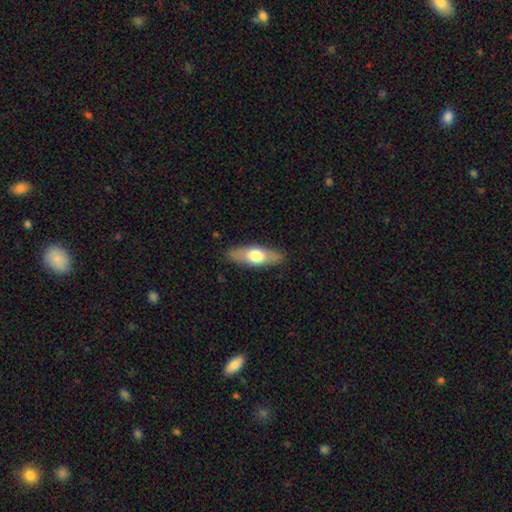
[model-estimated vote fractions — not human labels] Smooth or featured? Predicted: smooth (p=0.60). How rounded? Predicted: in between (p=0.63). Merging? Predicted: none (p=0.87).